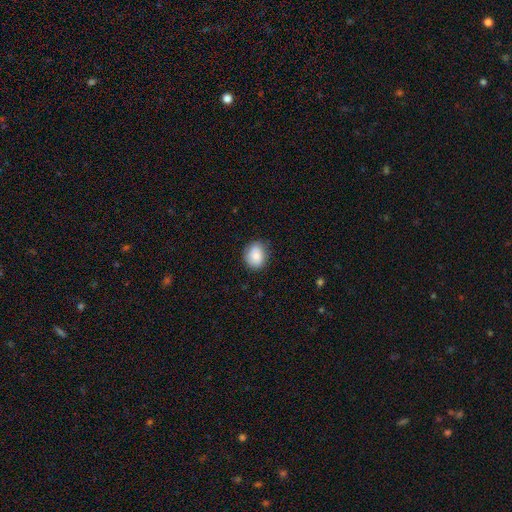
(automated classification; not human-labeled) smooth 85%, featured or disk 8%, star or artifact 8%. Down the decision tree: how rounded — round (55%); merging — none (80%).